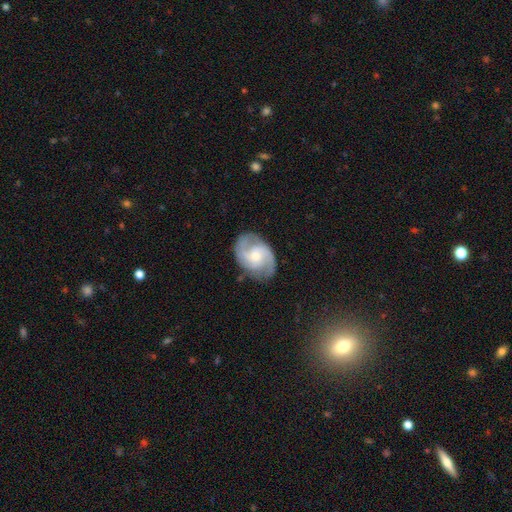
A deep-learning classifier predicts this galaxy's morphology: smooth-or-featured: featured or disk: 83% | smooth: 12% | star or artifact: 5%
  disk-edge-on: no: 97% | yes: 3%
    bar: no: 53% | weak: 39% | strong: 7%
    has-spiral-arms: yes: 96% | no: 4%
      spiral-winding: medium: 53% | tight: 28% | loose: 19%
      spiral-arm-count: 2: 76% | 3: 11% | can't tell: 7% | 4: 2% | 1: 2% | more than 4: 2%
    bulge-size: small: 51% | moderate: 41% | large: 4% | none: 3% | dominant: 1%
  merging: none: 79% | minor disturbance: 15% | major disturbance: 5% | merger: 1%